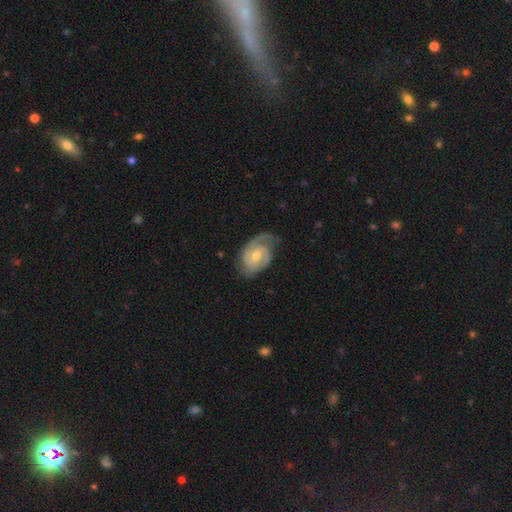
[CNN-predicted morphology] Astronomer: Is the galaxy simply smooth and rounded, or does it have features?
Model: featured or disk — 86%.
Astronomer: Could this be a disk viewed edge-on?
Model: no — 97%.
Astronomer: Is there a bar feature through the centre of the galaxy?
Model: no — 54% (runner-up: weak, 38%).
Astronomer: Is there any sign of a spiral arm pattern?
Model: yes — 96%.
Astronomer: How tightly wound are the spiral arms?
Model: tight — 53% (runner-up: medium, 37%).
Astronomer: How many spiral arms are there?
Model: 2 — 66%.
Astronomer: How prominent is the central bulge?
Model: moderate — 56% (runner-up: small, 39%).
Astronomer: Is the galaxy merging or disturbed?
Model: none — 67%.